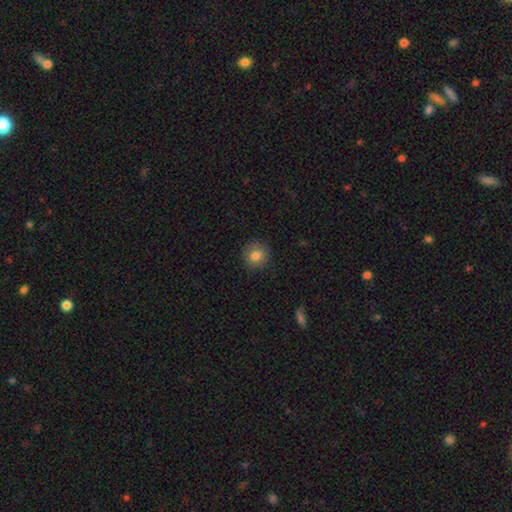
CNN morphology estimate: The model was most divided on "smooth or featured": smooth: 81%, star or artifact: 10%, featured or disk: 9%. More confident: merging — none (87%); how rounded — round (86%).